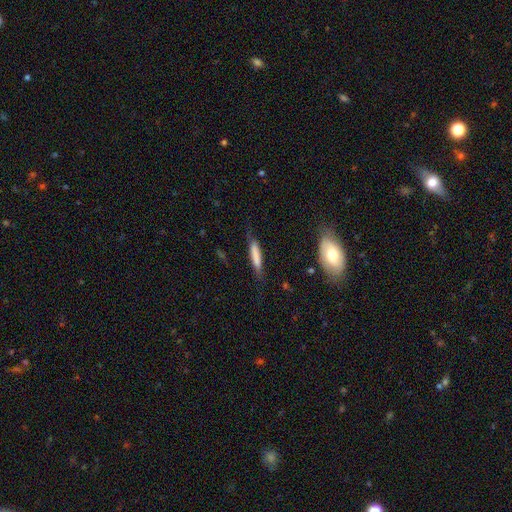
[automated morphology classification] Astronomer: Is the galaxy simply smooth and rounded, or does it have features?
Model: smooth — 70%.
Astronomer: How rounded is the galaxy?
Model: cigar-shaped — 87%.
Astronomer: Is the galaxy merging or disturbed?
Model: none — 65%.